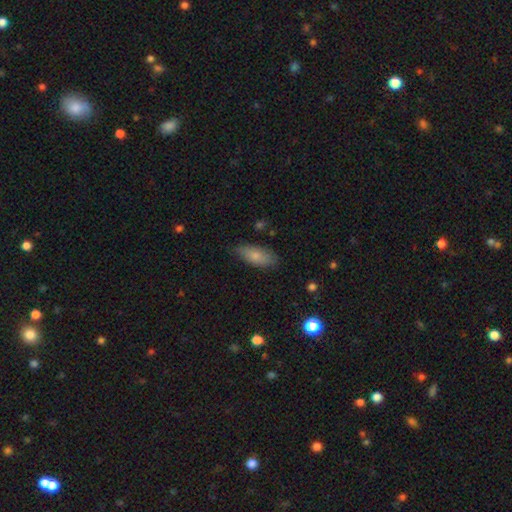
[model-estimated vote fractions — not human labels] A smooth galaxy with no disk features (80%) that is in between round and cigar-shaped (83%).

Vote fractions:
- Smooth or featured? smooth: 80% / featured or disk: 13% / star or artifact: 7%
- How rounded? in between: 83% / cigar-shaped: 14% / round: 3%
- Merging? none: 77% / minor disturbance: 18% / major disturbance: 3% / merger: 1%